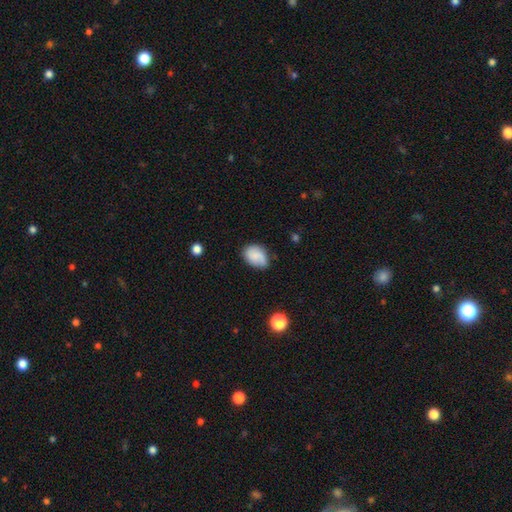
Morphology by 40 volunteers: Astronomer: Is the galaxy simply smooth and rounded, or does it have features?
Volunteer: smooth — 85%.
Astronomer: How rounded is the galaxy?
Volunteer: in between — 88%.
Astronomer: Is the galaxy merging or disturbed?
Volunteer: none — 51% (runner-up: minor disturbance, 35%).